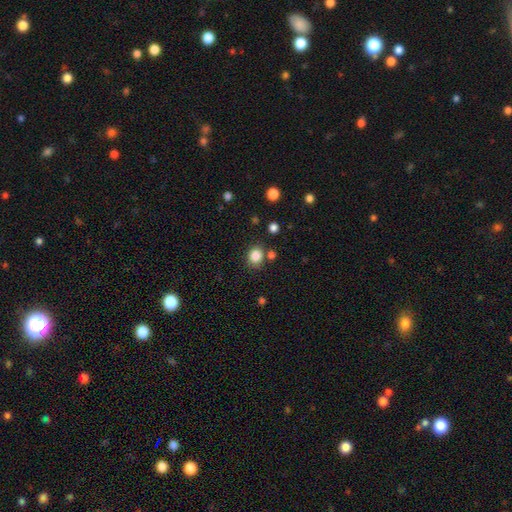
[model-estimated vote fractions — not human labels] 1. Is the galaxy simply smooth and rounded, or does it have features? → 84% smooth, 12% star or artifact, 5% featured or disk.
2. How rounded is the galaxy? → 77% round, 22% in between, 1% cigar-shaped.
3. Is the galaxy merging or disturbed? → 78% none, 11% minor disturbance, 8% merger, 3% major disturbance.